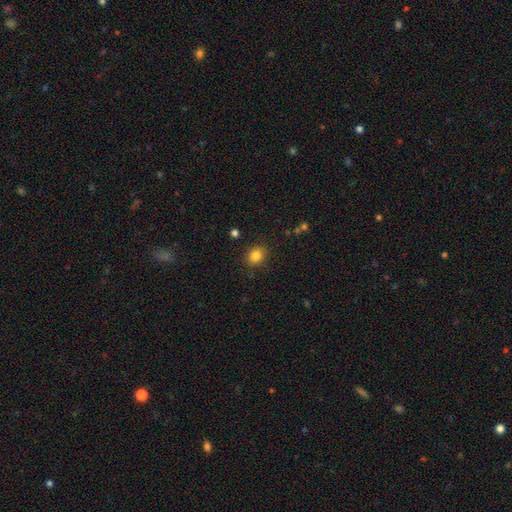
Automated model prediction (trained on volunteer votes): A smooth galaxy with no disk features (83%) that is round (68%). Merging: none (88%).